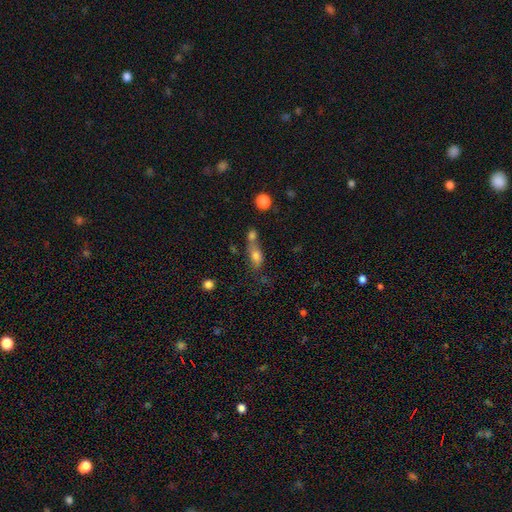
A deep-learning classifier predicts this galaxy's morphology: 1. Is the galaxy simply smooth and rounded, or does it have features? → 74% smooth, 14% featured or disk, 12% star or artifact.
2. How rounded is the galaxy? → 74% in between, 17% round, 9% cigar-shaped.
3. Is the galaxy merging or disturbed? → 50% merger, 31% none, 11% minor disturbance, 7% major disturbance.